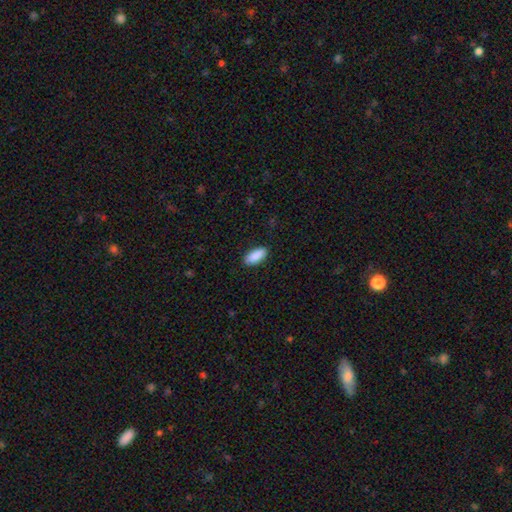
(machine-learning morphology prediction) Smooth or featured?
  - smooth: 90% *
  - star or artifact: 6%
  - featured or disk: 3%
How rounded?
  - in between: 88% *
  - cigar-shaped: 10%
  - round: 2%
Merging?
  - none: 89% *
  - minor disturbance: 8%
  - major disturbance: 2%
  - merger: 1%